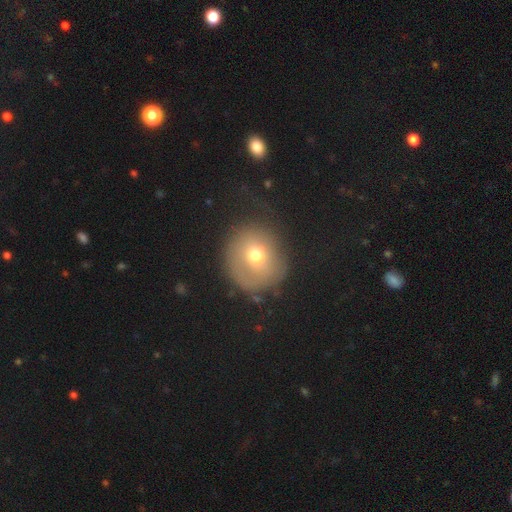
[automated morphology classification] smooth_or_featured: smooth (p=0.66) [alt: featured or disk p=0.23]
how_rounded: round (p=0.84) [alt: in between p=0.15]
merging: none (p=0.61) [alt: minor disturbance p=0.21]